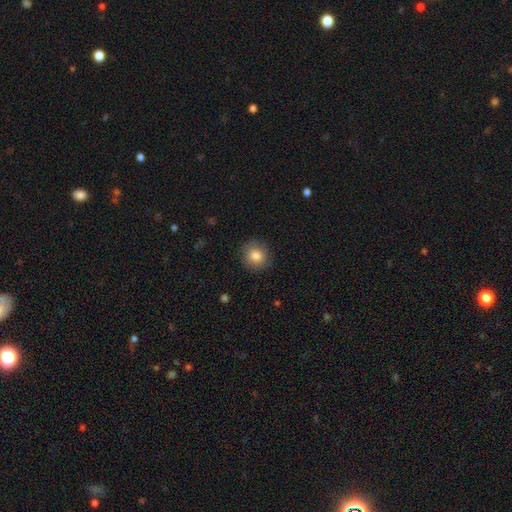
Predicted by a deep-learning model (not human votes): smooth 83%, star or artifact 9%, featured or disk 8%. Down the decision tree: how rounded — round (88%); merging — none (87%).